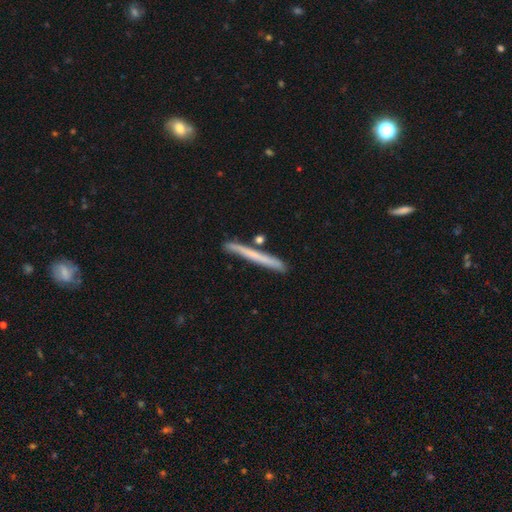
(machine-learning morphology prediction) smooth_or_featured: smooth (p=0.57) [alt: featured or disk p=0.37]
how_rounded: cigar-shaped (p=0.97) [alt: in between p=0.02]
merging: none (p=0.84) [alt: minor disturbance p=0.10]